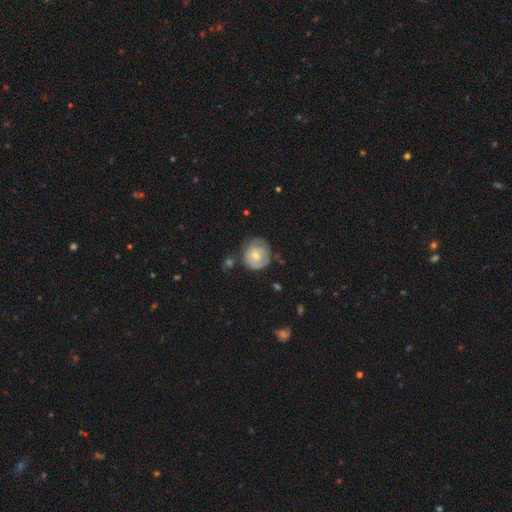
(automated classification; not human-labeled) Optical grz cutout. It shows a featured or disk galaxy (48%). Merging: none (60%).